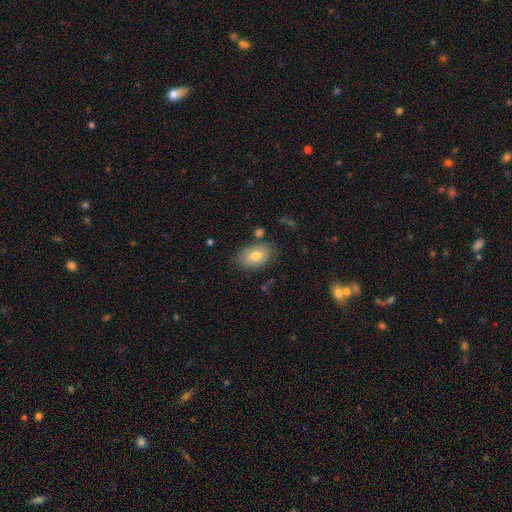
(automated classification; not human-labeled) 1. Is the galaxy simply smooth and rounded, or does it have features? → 78% smooth, 14% featured or disk, 8% star or artifact.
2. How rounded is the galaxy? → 89% in between, 10% round, 1% cigar-shaped.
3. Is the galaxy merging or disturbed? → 77% none, 15% minor disturbance, 4% merger, 3% major disturbance.